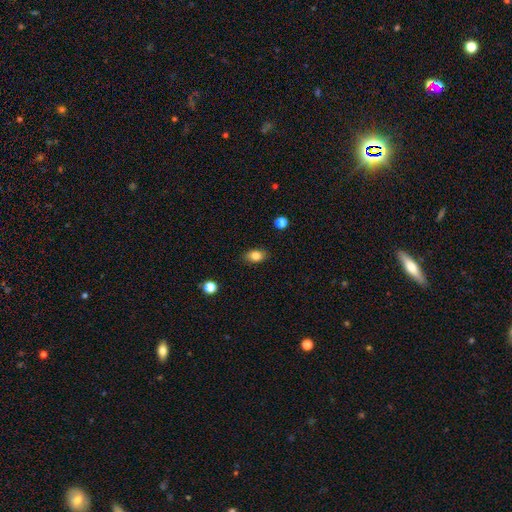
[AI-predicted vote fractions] A smooth galaxy with no disk features (83%) that is in between round and cigar-shaped (79%). Merging: none (86%).